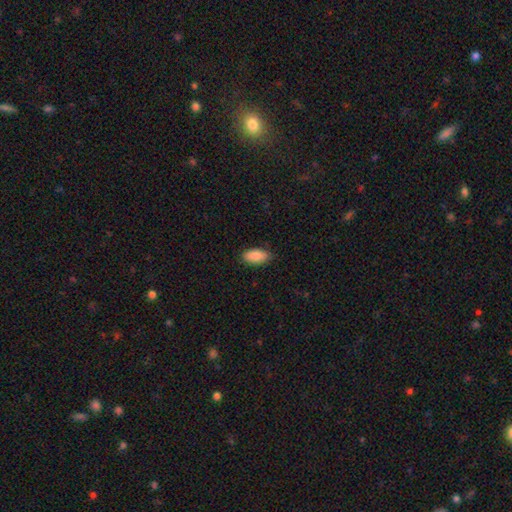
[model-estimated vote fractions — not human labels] The model was most divided on "merging": none: 83%, minor disturbance: 13%, major disturbance: 2%, merger: 1%. More confident: how rounded — in between (93%); smooth or featured — smooth (89%).